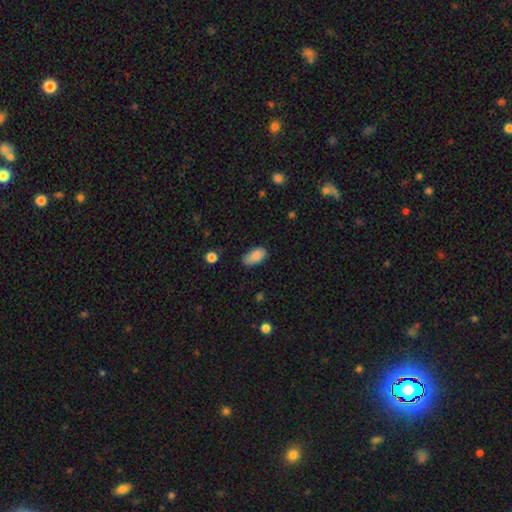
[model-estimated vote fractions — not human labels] This appears to be a smooth galaxy with no disk features (88%) that is in between round and cigar-shaped (94%). Merging: none (71%).